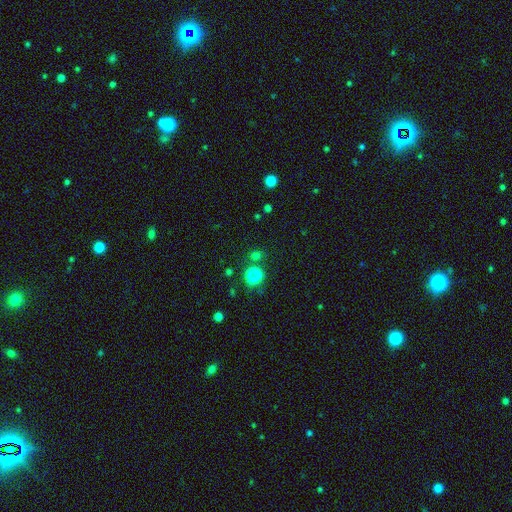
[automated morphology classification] smooth 74%, star or artifact 21%, featured or disk 5%. Down the decision tree: how rounded — round (81%); merging — none (70%).